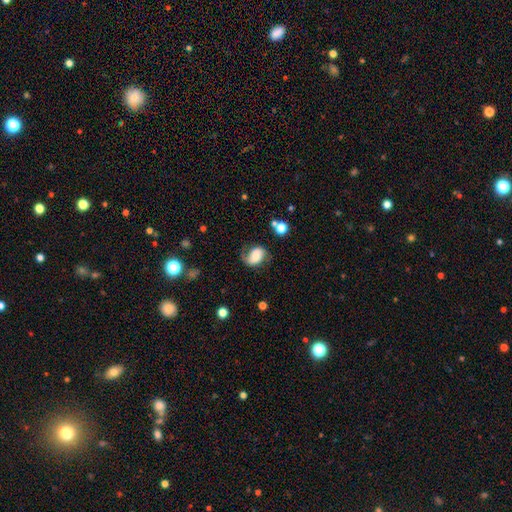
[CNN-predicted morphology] smooth-or-featured: featured or disk: 52% | smooth: 38% | star or artifact: 10%
  disk-edge-on: no: 97% | yes: 3%
    bar: no: 49% | weak: 34% | strong: 17%
    has-spiral-arms: yes: 87% | no: 13%
    bulge-size: none: 29% | large: 25% | small: 16% | moderate: 16% | dominant: 14%
  merging: none: 49% | minor disturbance: 27% | major disturbance: 21% | merger: 3%